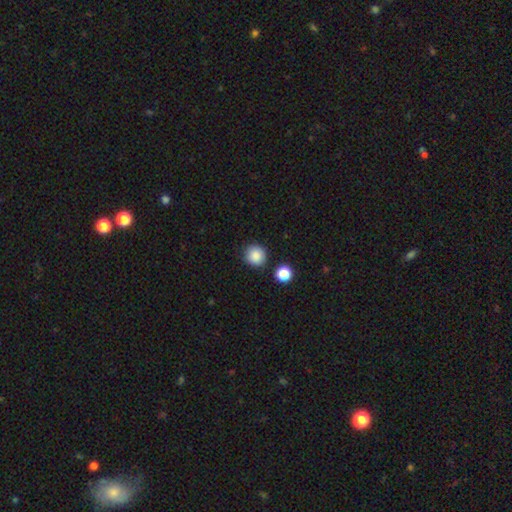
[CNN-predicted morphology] Smooth or featured?
  - smooth: 87% *
  - star or artifact: 9%
  - featured or disk: 4%
How rounded?
  - round: 92% *
  - in between: 7%
  - cigar-shaped: 1%
Merging?
  - none: 85% *
  - minor disturbance: 8%
  - merger: 4%
  - major disturbance: 2%